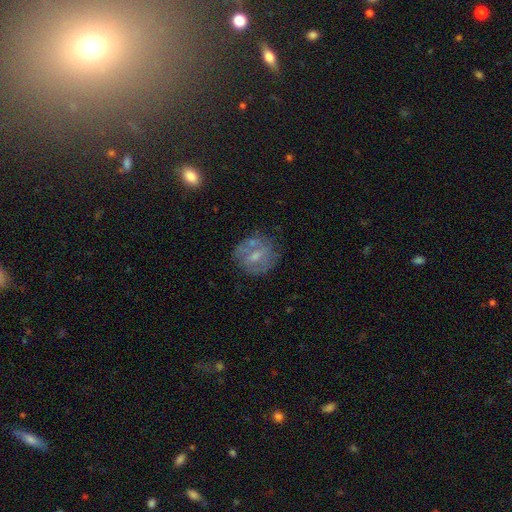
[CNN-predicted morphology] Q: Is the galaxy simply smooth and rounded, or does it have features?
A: featured or disk — 51%.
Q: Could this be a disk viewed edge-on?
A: no — 96%.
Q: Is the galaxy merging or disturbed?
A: none — 65%.